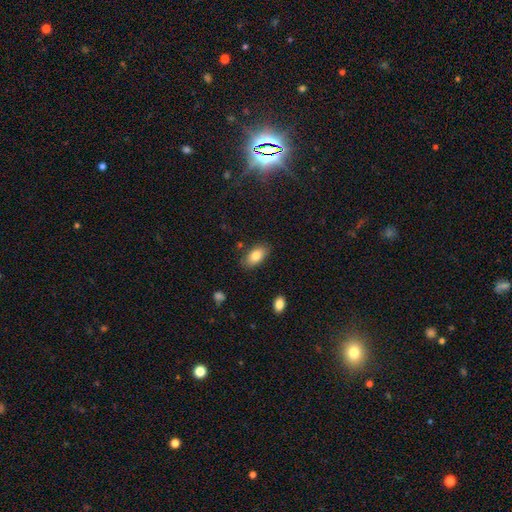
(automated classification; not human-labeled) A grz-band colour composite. It shows a smooth galaxy with no disk features (82%) that is in between round and cigar-shaped (92%). Merging: none (82%).